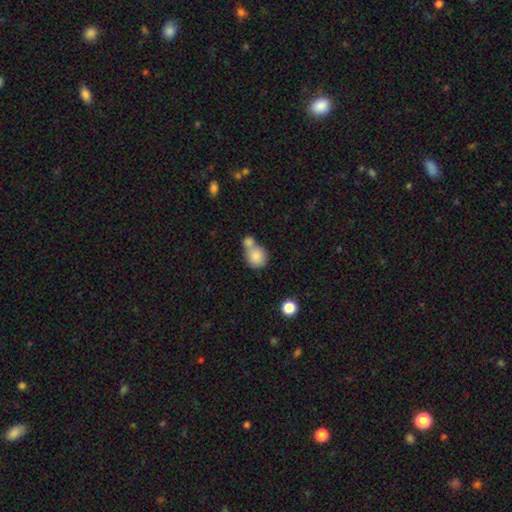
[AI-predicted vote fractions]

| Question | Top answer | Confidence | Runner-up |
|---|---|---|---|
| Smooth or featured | smooth | 82% | featured or disk (10%) |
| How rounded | round | 74% | in between (25%) |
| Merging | merger | 60% | none (28%) |